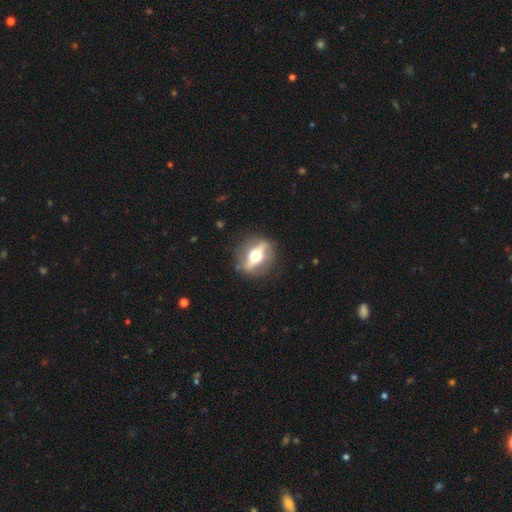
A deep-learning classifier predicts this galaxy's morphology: Overall: featured or disk (65%; smooth 28%). Edge-on disk: yes (61%; no 39%). Merging: none (83%).